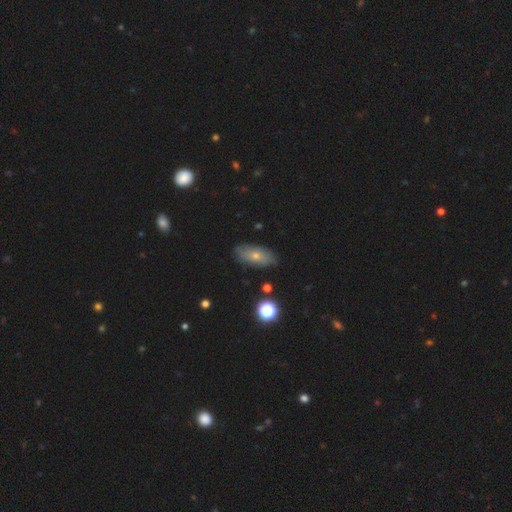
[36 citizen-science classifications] A smooth galaxy with no disk features (53%) that is in between round and cigar-shaped (89%).

Vote fractions:
- Smooth or featured? smooth: 53% / featured or disk: 44% / star or artifact: 3%
- How rounded? in between: 89% / round: 5% / cigar-shaped: 5%
- Merging? none: 89% / minor disturbance: 9% / major disturbance: 3% / merger: 0%